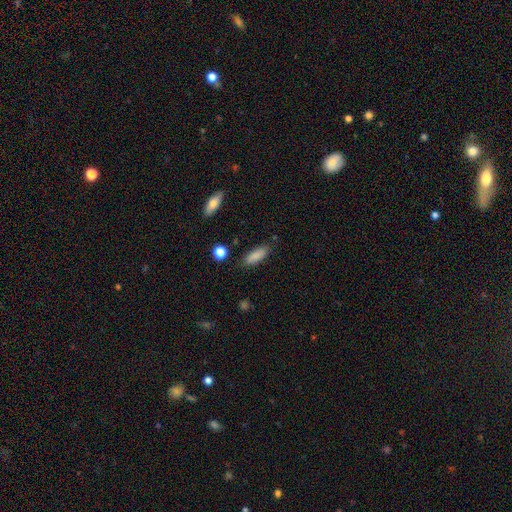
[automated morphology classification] Overall: smooth (86%). How rounded: in between (64%; cigar-shaped 34%). Merging: none (83%).